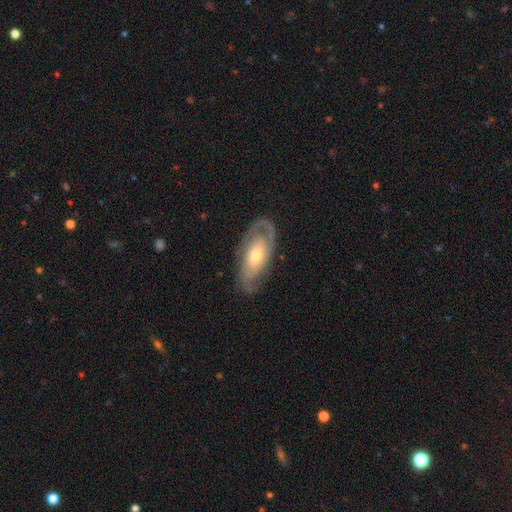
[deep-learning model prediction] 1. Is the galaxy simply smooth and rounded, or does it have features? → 80% featured or disk, 16% smooth, 5% star or artifact.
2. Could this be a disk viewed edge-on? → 92% no, 8% yes.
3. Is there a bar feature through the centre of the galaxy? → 68% no, 23% weak, 9% strong.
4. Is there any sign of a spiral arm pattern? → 88% yes, 12% no.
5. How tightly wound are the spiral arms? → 48% tight, 38% medium, 14% loose.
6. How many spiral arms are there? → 76% 2, 12% can't tell, 6% 1, 3% 3, 1% 4, 1% more than 4.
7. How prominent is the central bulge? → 60% moderate, 32% small, 6% large, 1% none, 1% dominant.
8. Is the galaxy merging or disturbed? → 79% none, 14% minor disturbance, 6% major disturbance, 1% merger.